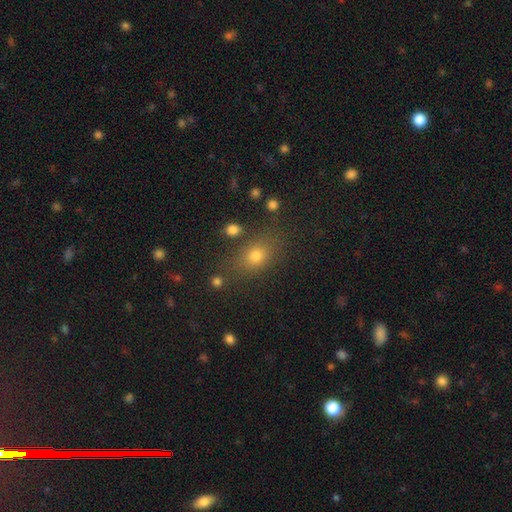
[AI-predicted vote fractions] The model was most divided on "how rounded": in between: 61%, round: 36%, cigar-shaped: 3%. More confident: merging — none (75%); smooth or featured — smooth (73%).